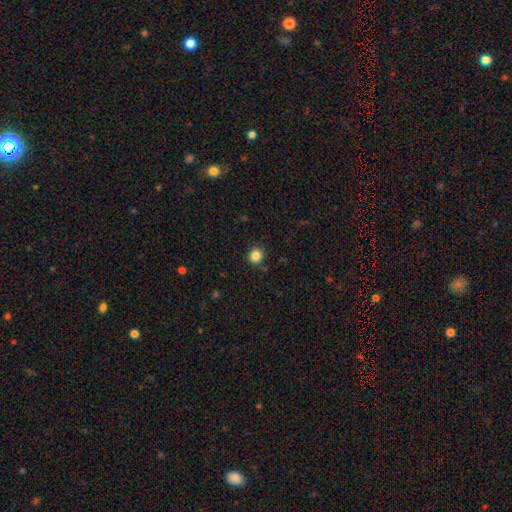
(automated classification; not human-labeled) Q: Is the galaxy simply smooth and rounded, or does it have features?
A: smooth — 85%.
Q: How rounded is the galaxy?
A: round — 88%.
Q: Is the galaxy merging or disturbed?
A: none — 87%.